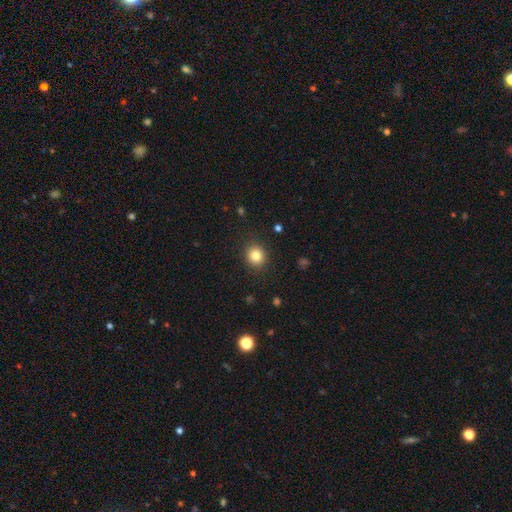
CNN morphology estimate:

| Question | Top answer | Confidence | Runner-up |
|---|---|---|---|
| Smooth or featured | smooth | 83% | star or artifact (11%) |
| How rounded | round | 86% | in between (13%) |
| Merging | none | 90% | minor disturbance (7%) |